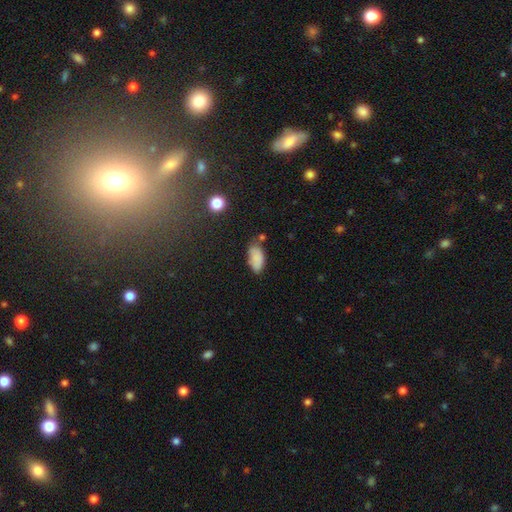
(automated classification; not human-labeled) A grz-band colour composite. It shows a smooth galaxy with no disk features (82%) that is in between round and cigar-shaped (92%). Merging: none (63%).